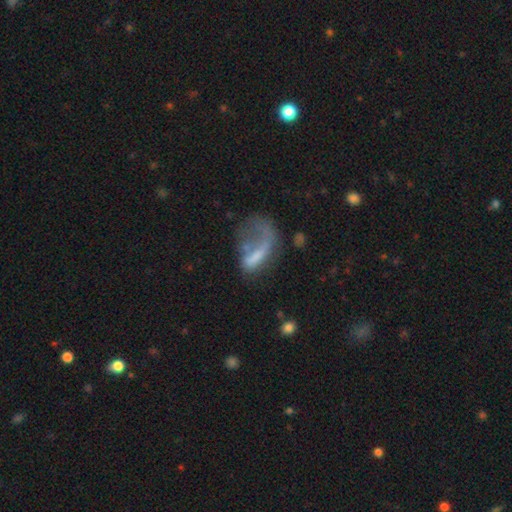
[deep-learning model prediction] Smooth or featured? smooth (46%)
Merging? major disturbance (56%)